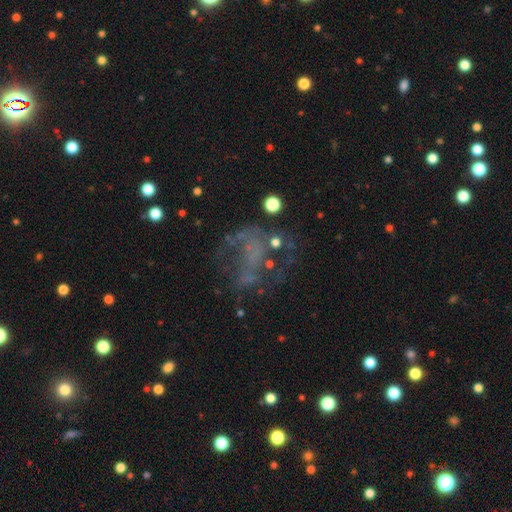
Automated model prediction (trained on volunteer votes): Smooth or featured: featured or disk — 46% (star or artifact — 35%)
Merging: none — 41% (major disturbance — 36%)